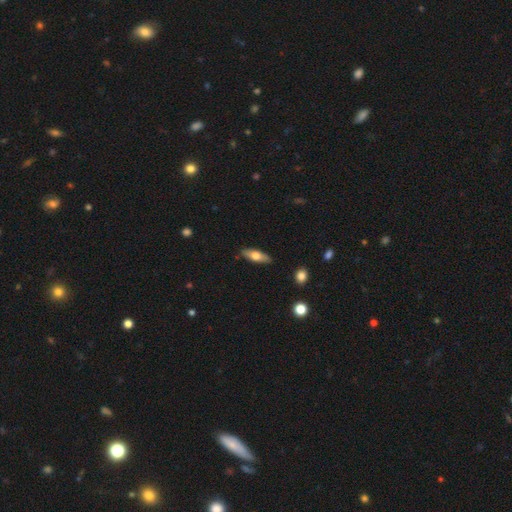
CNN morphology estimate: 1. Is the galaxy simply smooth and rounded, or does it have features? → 61% smooth, 33% featured or disk, 6% star or artifact.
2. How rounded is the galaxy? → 55% in between, 42% cigar-shaped, 3% round.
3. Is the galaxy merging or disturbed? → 85% none, 11% minor disturbance, 2% major disturbance, 1% merger.